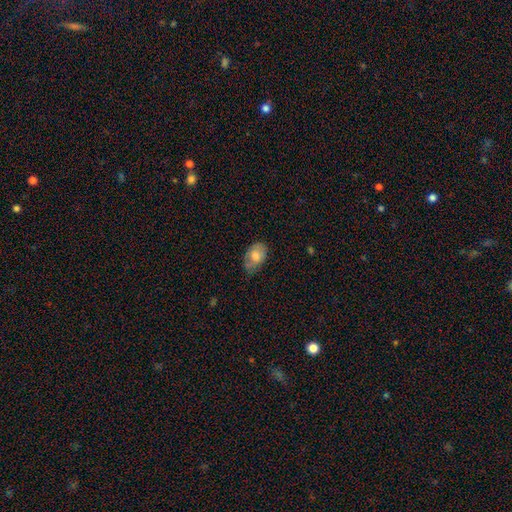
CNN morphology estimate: Overall: smooth (72%). How rounded: in between (88%). Merging: none (60%; minor disturbance 31%).